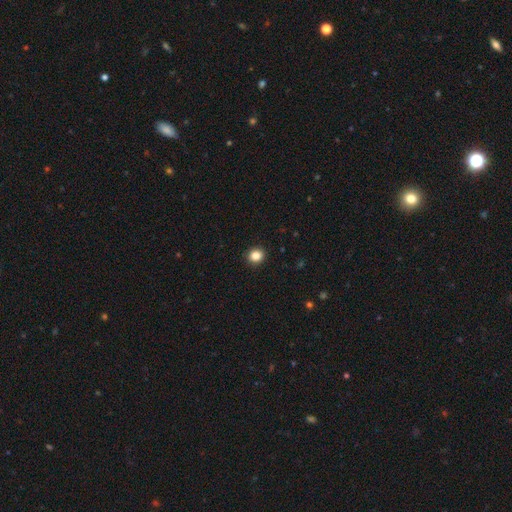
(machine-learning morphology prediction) Q: Smooth or featured?
A: smooth (85%); runner-up: star or artifact (11%)
Q: How rounded?
A: round (81%); runner-up: in between (18%)
Q: Merging?
A: none (92%); runner-up: minor disturbance (5%)